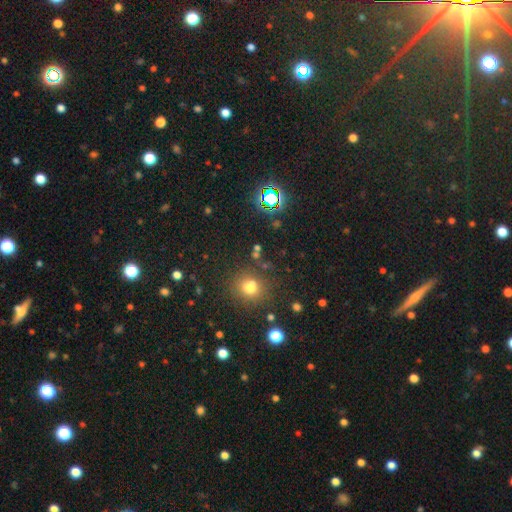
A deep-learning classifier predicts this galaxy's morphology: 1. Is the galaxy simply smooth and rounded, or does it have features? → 60% smooth, 33% star or artifact, 7% featured or disk.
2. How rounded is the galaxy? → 86% round, 12% in between, 1% cigar-shaped.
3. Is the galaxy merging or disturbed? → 85% none, 8% minor disturbance, 4% merger, 3% major disturbance.